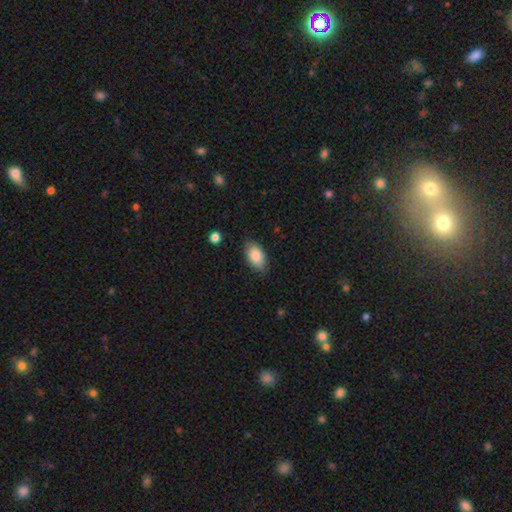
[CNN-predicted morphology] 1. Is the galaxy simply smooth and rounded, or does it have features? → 87% smooth, 7% featured or disk, 6% star or artifact.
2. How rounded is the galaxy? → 94% in between, 4% round, 2% cigar-shaped.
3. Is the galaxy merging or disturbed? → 81% none, 14% minor disturbance, 3% major disturbance, 1% merger.